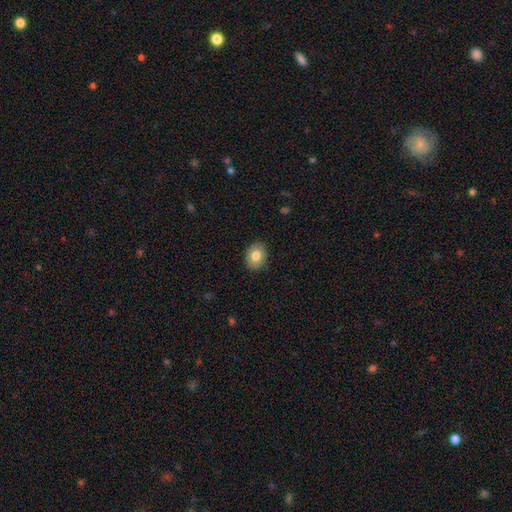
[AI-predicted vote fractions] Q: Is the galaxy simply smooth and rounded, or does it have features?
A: smooth — 80%.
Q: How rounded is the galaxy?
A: in between — 56%.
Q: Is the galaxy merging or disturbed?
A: none — 88%.